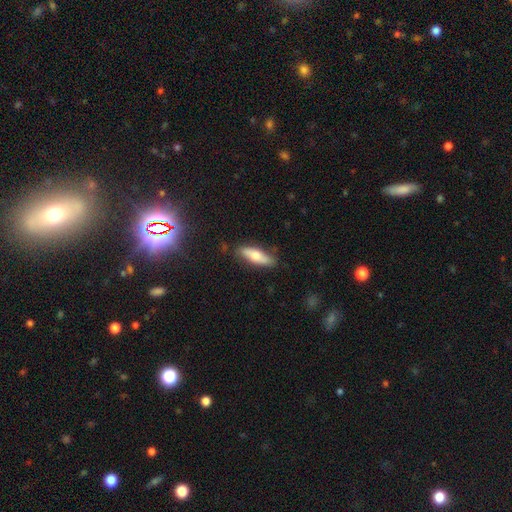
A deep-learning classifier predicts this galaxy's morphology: This appears to be a smooth galaxy with no disk features (61%) that is cigar-shaped (54%). Merging: none (80%).